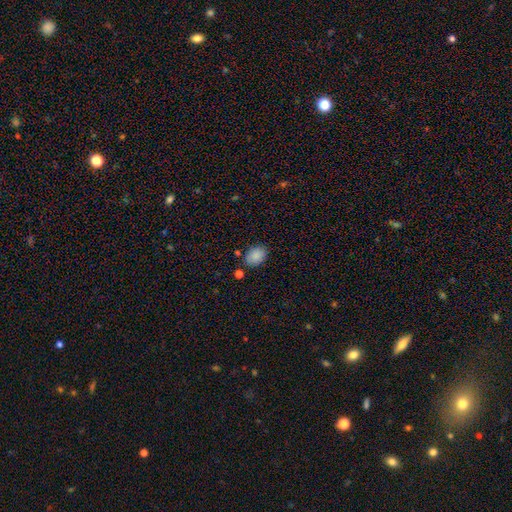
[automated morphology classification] Smooth or featured: smooth — 87% (star or artifact — 8%)
How rounded: in between — 77% (round — 22%)
Merging: none — 80% (minor disturbance — 13%)